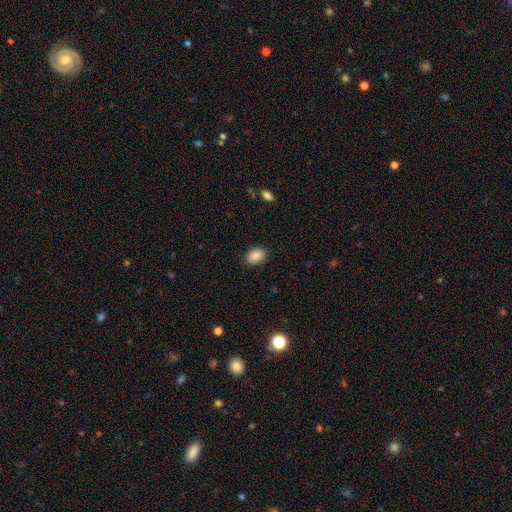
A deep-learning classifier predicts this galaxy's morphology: This is clearly a smooth galaxy (88%). How rounded: likely in between (79%). Merging: clearly none (88%).